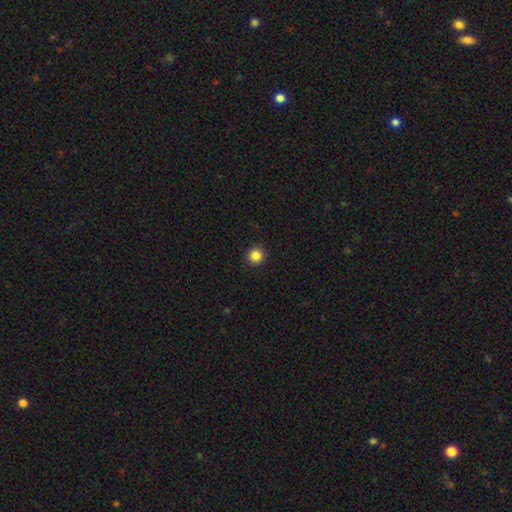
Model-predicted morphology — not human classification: This is clearly a smooth galaxy (86%). How rounded: clearly round (95%). Merging: clearly none (93%).